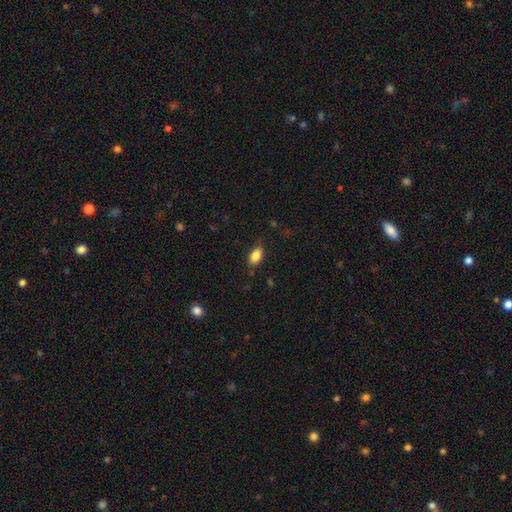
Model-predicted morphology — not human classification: A smooth galaxy with no disk features (86%) that is in between round and cigar-shaped (90%). Merging: none (82%).